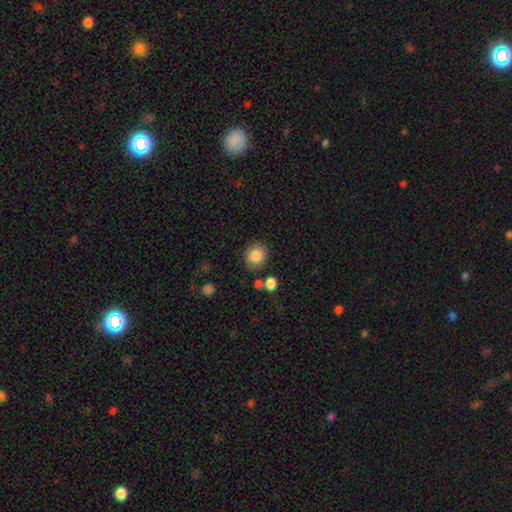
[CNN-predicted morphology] Smooth or featured: smooth — 86% (star or artifact — 8%)
How rounded: round — 70% (in between — 30%)
Merging: none — 80% (minor disturbance — 11%)